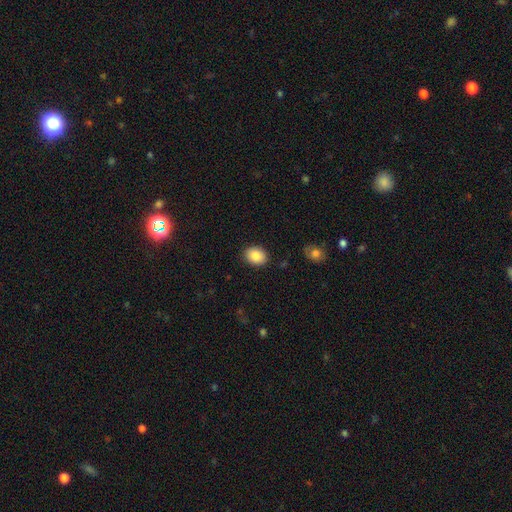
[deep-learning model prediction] A smooth galaxy with no disk features (87%) that is in between round and cigar-shaped (59%).

Vote fractions:
- Smooth or featured? smooth: 87% / star or artifact: 8% / featured or disk: 6%
- How rounded? in between: 59% / round: 40% / cigar-shaped: 1%
- Merging? none: 88% / minor disturbance: 8% / major disturbance: 2% / merger: 1%